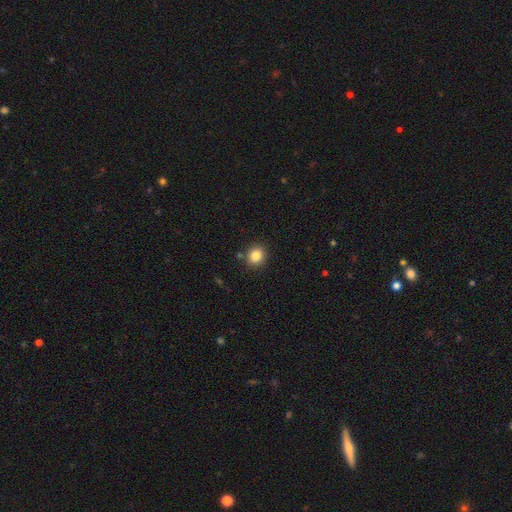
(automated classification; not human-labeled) Smooth or featured?
  - smooth: 84% *
  - star or artifact: 11%
  - featured or disk: 5%
How rounded?
  - round: 83% *
  - in between: 17%
  - cigar-shaped: 1%
Merging?
  - none: 87% *
  - minor disturbance: 7%
  - merger: 4%
  - major disturbance: 2%